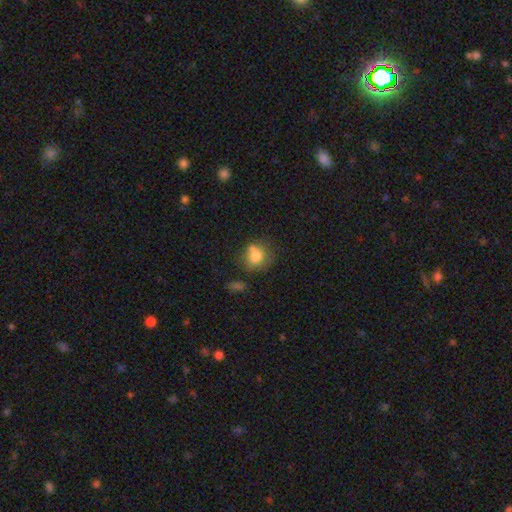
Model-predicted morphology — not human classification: smooth 74%, featured or disk 15%, star or artifact 11%. Down the decision tree: how rounded — round (69%); merging — none (52%).